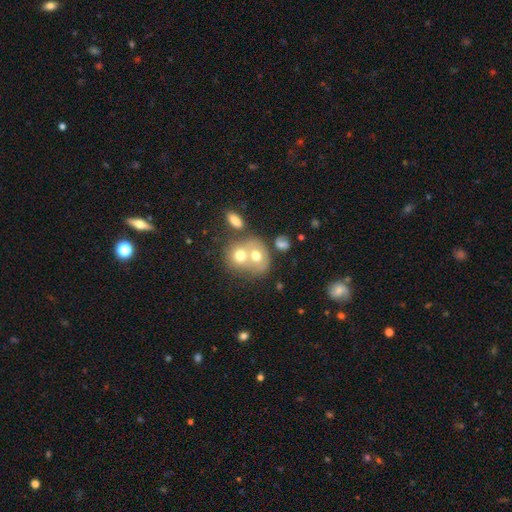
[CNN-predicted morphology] smooth 61%, featured or disk 29%, star or artifact 10%. Down the decision tree: how rounded — round (60%); merging — merger (65%).